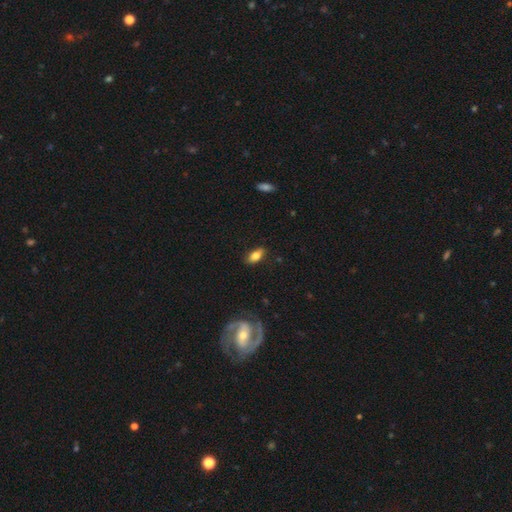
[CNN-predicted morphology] Smooth or featured?
  - smooth: 78% *
  - featured or disk: 14%
  - star or artifact: 8%
How rounded?
  - in between: 87% *
  - cigar-shaped: 9%
  - round: 4%
Merging?
  - none: 85% *
  - minor disturbance: 11%
  - major disturbance: 3%
  - merger: 1%